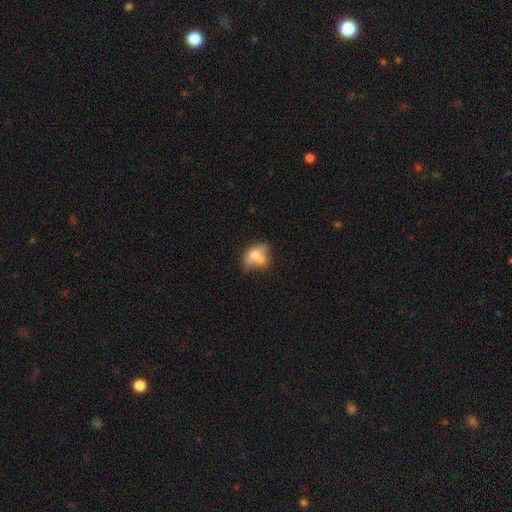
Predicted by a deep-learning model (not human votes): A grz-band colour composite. It shows a smooth galaxy with no disk features (66%) that is in between round and cigar-shaped (65%). Merging: none (36%).